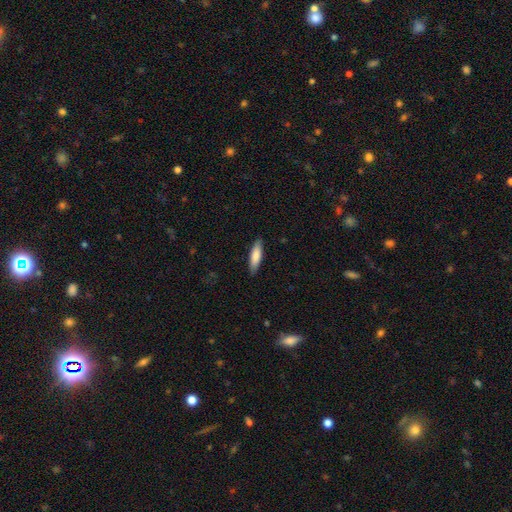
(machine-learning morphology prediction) Smooth or featured?
  - smooth: 82% *
  - featured or disk: 13%
  - star or artifact: 5%
How rounded?
  - cigar-shaped: 64% *
  - in between: 34%
  - round: 1%
Merging?
  - none: 87% *
  - minor disturbance: 10%
  - major disturbance: 2%
  - merger: 1%